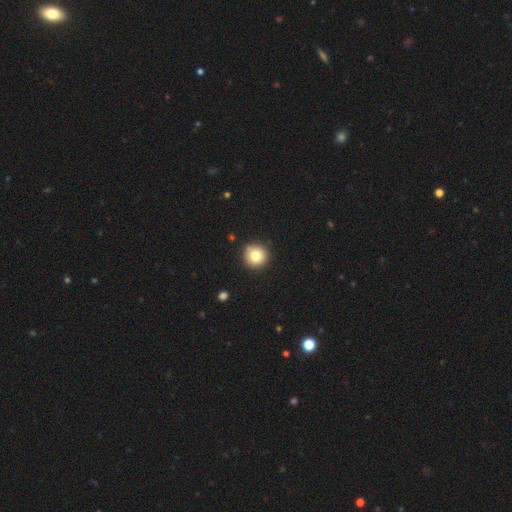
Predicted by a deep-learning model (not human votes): Overall: smooth (79%). How rounded: round (95%). Merging: none (89%).